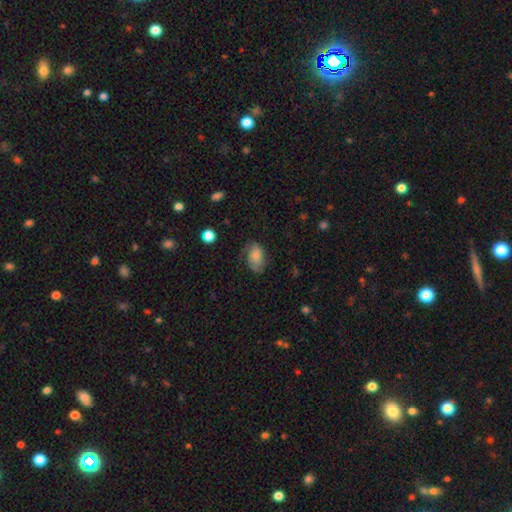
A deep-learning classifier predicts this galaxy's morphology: type=smooth (65%); roundness=in between (88%); merging=none (61%).